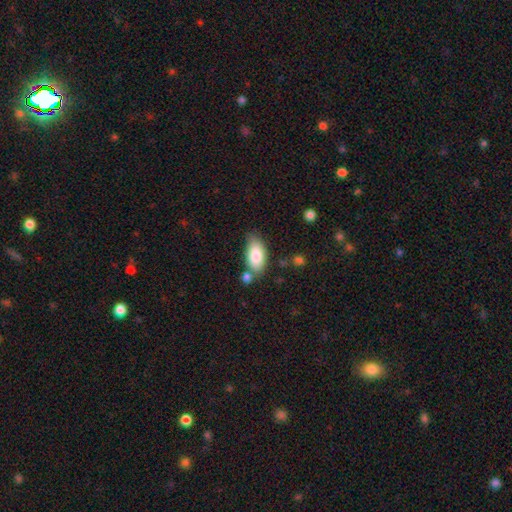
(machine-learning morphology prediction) type=smooth (84%); roundness=in between (91%); merging=none (65%).